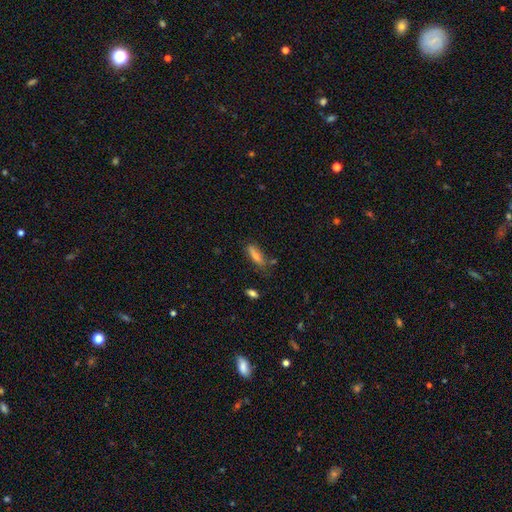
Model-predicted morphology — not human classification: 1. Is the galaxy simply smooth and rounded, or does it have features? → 70% smooth, 19% featured or disk, 11% star or artifact.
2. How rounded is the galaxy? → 58% cigar-shaped, 40% in between, 3% round.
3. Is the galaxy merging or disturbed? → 67% none, 21% minor disturbance, 6% major disturbance, 5% merger.